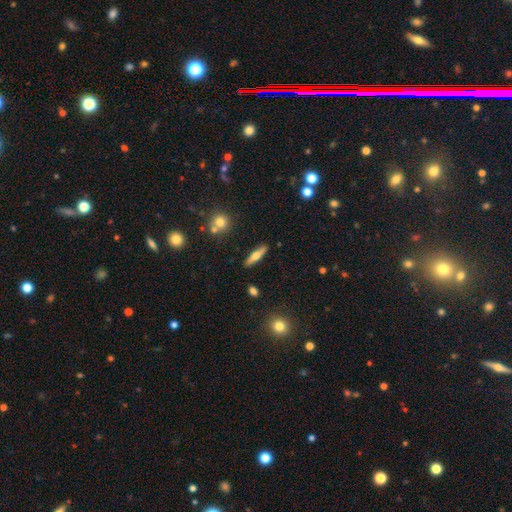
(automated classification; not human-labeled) Smooth or featured? Predicted: smooth (p=0.47). Merging? Predicted: none (p=0.87).